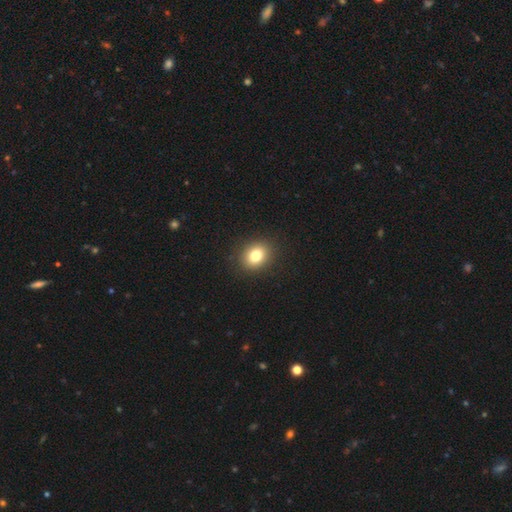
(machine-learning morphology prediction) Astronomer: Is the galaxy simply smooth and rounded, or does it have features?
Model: smooth — 80%.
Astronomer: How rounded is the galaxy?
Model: round — 56% (runner-up: in between, 43%).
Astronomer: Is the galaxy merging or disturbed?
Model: none — 90%.